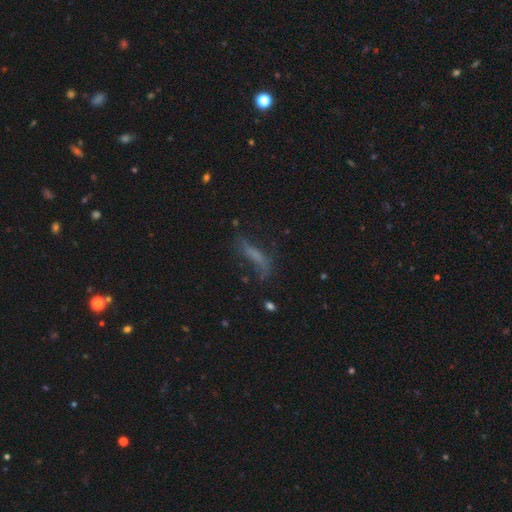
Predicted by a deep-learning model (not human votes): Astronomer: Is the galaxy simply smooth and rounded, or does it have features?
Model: smooth — 44% (runner-up: featured or disk, 40%).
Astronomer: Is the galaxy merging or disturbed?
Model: none — 43% (runner-up: major disturbance, 26%).